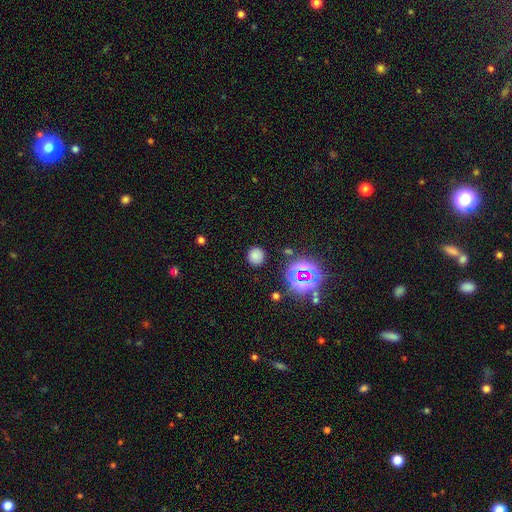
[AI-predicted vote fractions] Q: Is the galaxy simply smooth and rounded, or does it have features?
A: smooth — 72%.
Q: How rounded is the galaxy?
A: round — 89%.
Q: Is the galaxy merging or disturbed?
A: none — 87%.